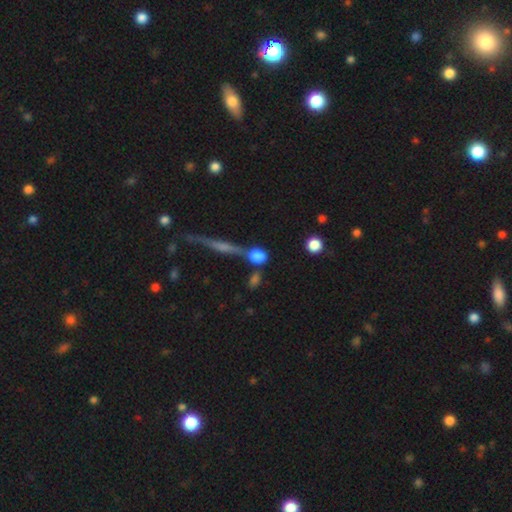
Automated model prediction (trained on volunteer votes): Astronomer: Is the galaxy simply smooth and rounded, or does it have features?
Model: smooth — 77%.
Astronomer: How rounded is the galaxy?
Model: in between — 56% (runner-up: round, 36%).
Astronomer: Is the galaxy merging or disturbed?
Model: none — 47% (runner-up: merger, 29%).